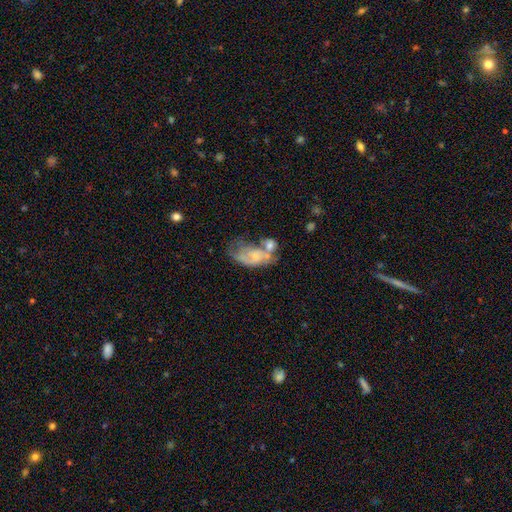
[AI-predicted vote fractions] Q: Smooth or featured?
A: featured or disk (49%); runner-up: smooth (41%)
Q: Merging?
A: merger (31%); runner-up: major disturbance (29%)